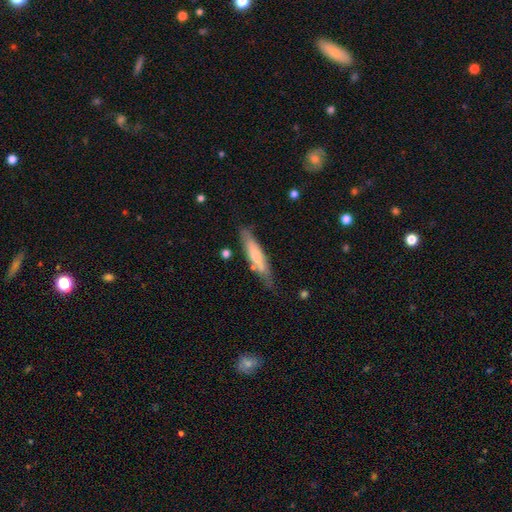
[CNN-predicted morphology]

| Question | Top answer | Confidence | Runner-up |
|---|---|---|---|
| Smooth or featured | smooth | 50% | featured or disk (44%) |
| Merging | none | 71% | minor disturbance (20%) |